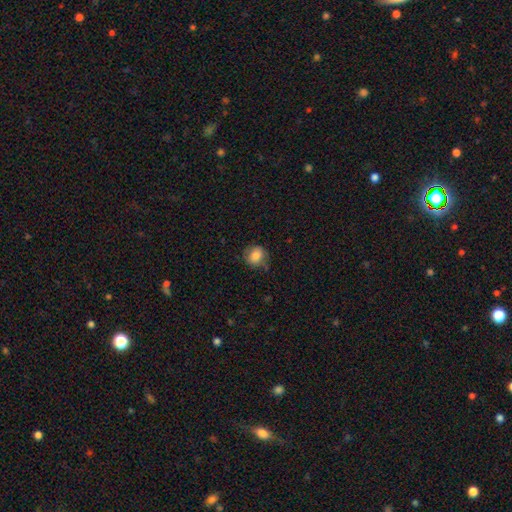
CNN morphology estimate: Overall: smooth (82%). How rounded: round (77%). Merging: none (73%).